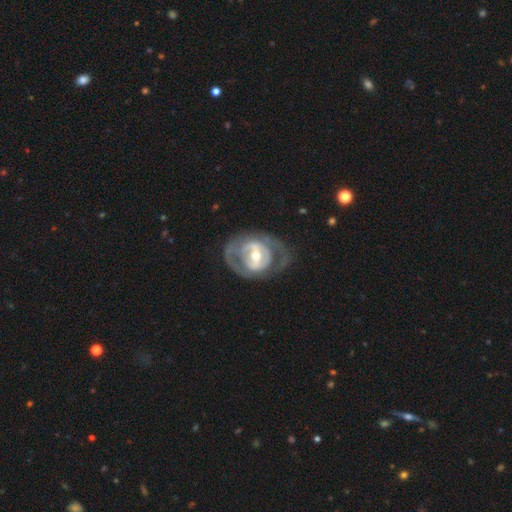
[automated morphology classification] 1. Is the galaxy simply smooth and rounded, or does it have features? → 77% featured or disk, 19% smooth, 5% star or artifact.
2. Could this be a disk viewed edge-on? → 95% no, 5% yes.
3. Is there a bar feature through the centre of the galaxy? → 38% strong, 35% weak, 27% no.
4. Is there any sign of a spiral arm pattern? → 53% no, 47% yes.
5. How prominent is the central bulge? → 63% moderate, 28% small, 7% large, 1% none, 1% dominant.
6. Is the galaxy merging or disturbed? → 62% none, 19% major disturbance, 17% minor disturbance, 2% merger.